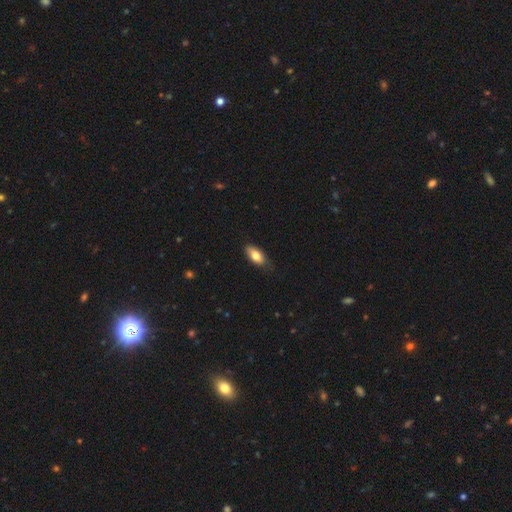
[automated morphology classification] smooth 77%, featured or disk 17%, star or artifact 7%. Down the decision tree: how rounded — in between (88%); merging — none (76%).